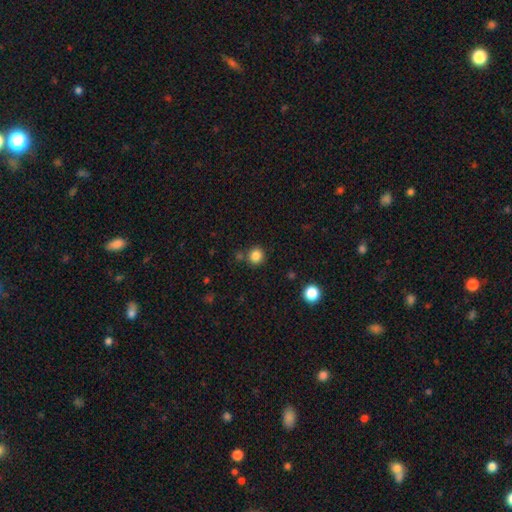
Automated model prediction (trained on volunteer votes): Overall: smooth (84%). How rounded: round (91%). Merging: none (82%).